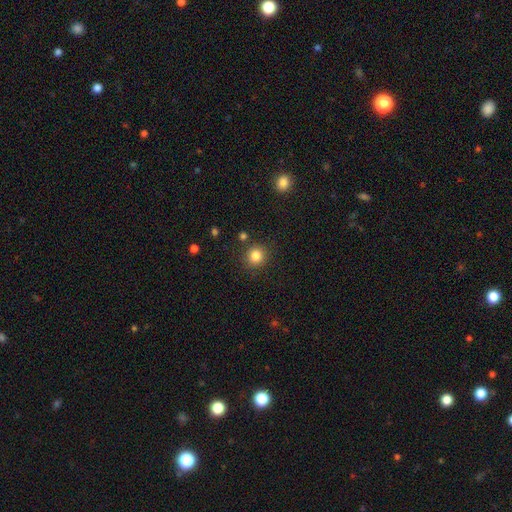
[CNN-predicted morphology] Smooth or featured: smooth — 83% (star or artifact — 12%)
How rounded: round — 89% (in between — 10%)
Merging: none — 86% (minor disturbance — 8%)